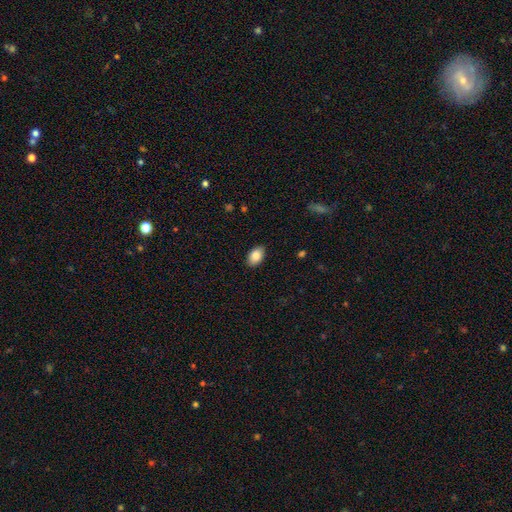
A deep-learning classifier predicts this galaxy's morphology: smooth-or-featured: smooth: 88% | star or artifact: 7% | featured or disk: 5%
  how-rounded: in between: 91% | round: 8% | cigar-shaped: 1%
  merging: none: 87% | minor disturbance: 10% | major disturbance: 2% | merger: 1%